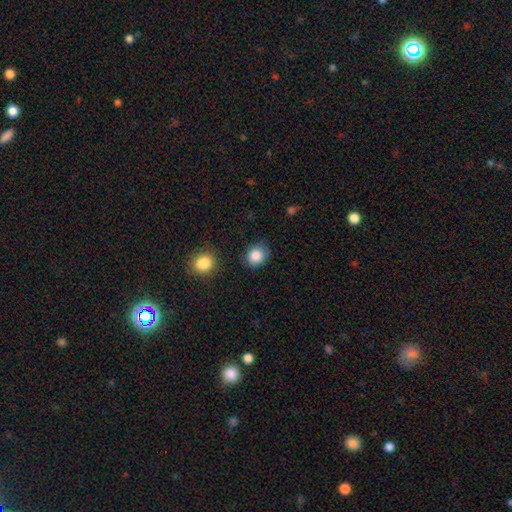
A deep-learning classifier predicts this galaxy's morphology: A smooth galaxy with no disk features (86%) that is round (64%). Merging: none (80%).